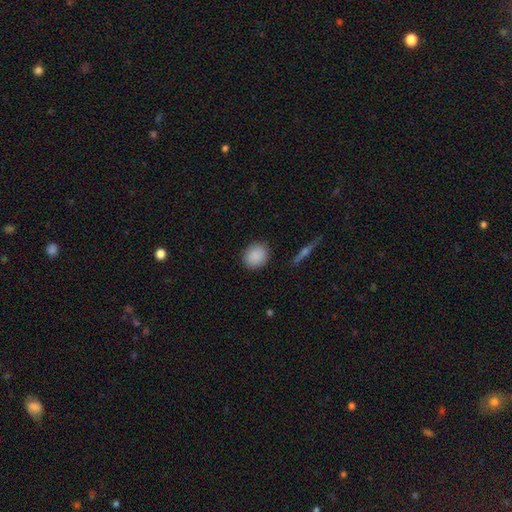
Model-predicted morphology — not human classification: smooth_or_featured: smooth (p=0.89) [alt: star or artifact p=0.07]
how_rounded: round (p=0.70) [alt: in between p=0.29]
merging: none (p=0.89) [alt: minor disturbance p=0.08]